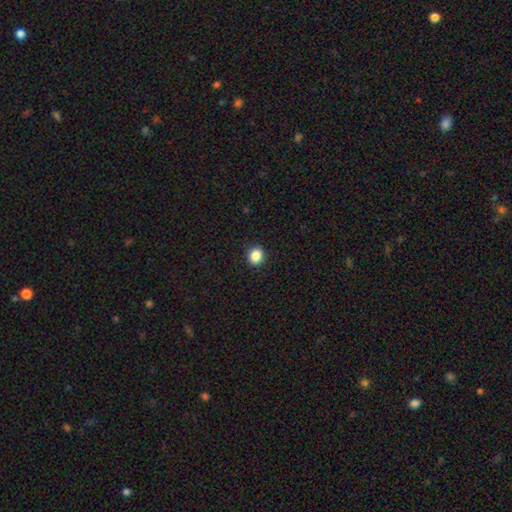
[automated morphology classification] type=smooth (87%); roundness=round (69%); merging=none (92%).